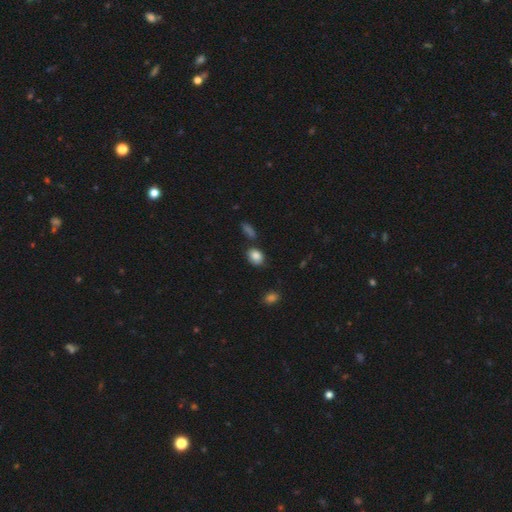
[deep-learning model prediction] A smooth galaxy with no disk features (85%) that is in between round and cigar-shaped (69%).

Vote fractions:
- Smooth or featured? smooth: 85% / star or artifact: 9% / featured or disk: 6%
- How rounded? in between: 69% / round: 29% / cigar-shaped: 1%
- Merging? none: 73% / minor disturbance: 15% / merger: 8% / major disturbance: 4%